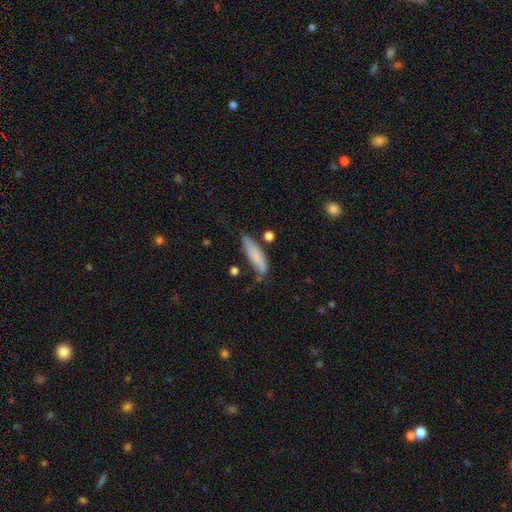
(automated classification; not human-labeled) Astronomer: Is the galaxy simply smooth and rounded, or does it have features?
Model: smooth — 75%.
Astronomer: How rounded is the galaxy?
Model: cigar-shaped — 60% (runner-up: in between, 38%).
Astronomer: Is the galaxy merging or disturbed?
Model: none — 57%.